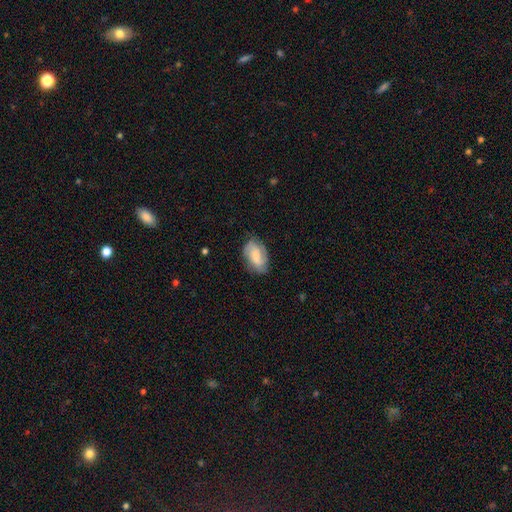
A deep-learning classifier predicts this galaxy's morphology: A featured or disk galaxy (52%). Merging: none (72%).